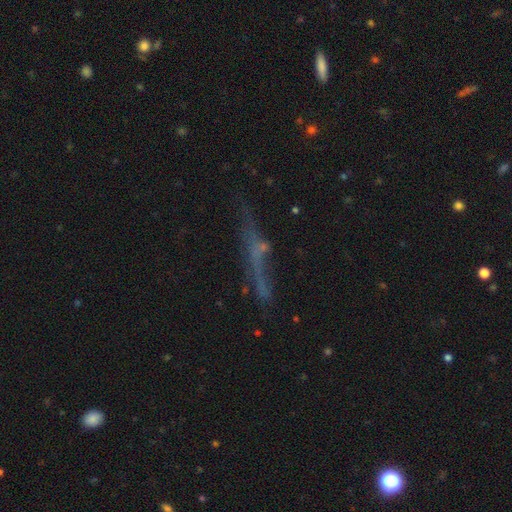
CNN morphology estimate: Smooth or featured? Predicted: featured or disk (p=0.48). Merging? Predicted: none (p=0.57).